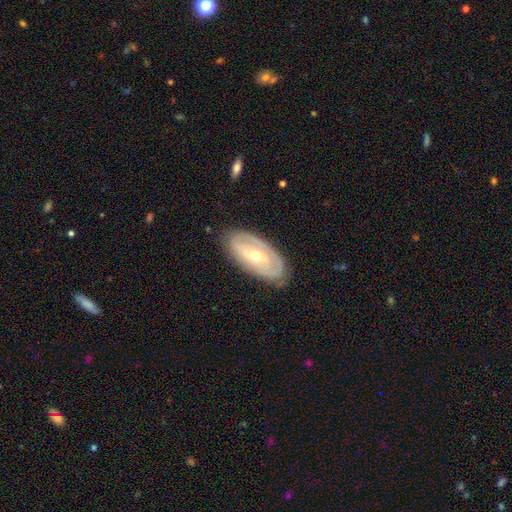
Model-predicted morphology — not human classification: A featured or disk galaxy (73%) with no bar (53%), spiral arms (64%) and a moderate central bulge (51%). Merging: none (79%).